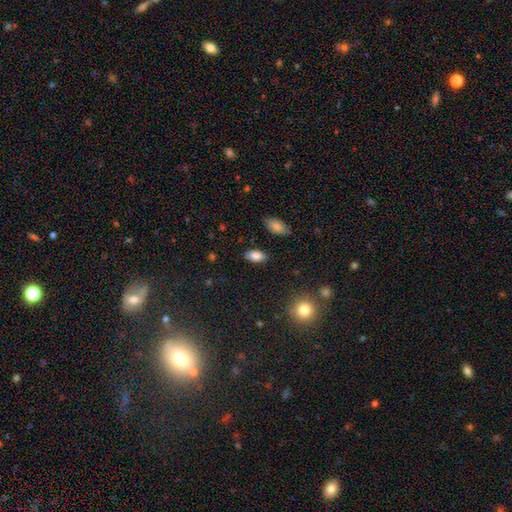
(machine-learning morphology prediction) Overall: smooth (83%). How rounded: in between (92%). Merging: none (87%).